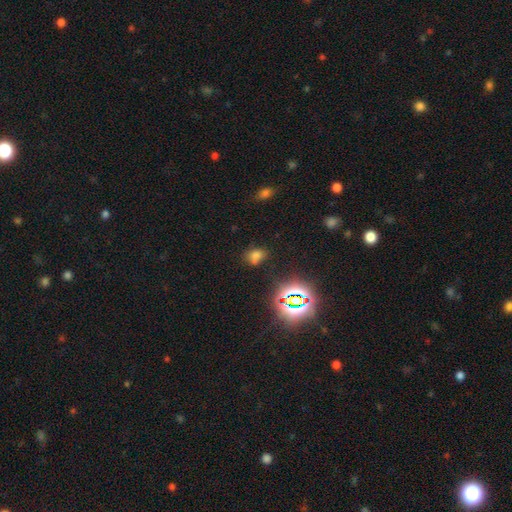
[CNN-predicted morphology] The model was most divided on "how rounded": in between: 62%, round: 36%, cigar-shaped: 2%. More confident: smooth or featured — smooth (59%); merging — none (59%).